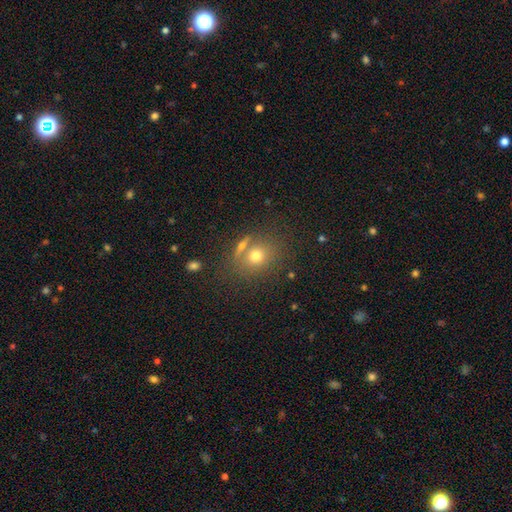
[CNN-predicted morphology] Smooth or featured? smooth (70%)
How rounded? round (68%)
Merging? none (64%)